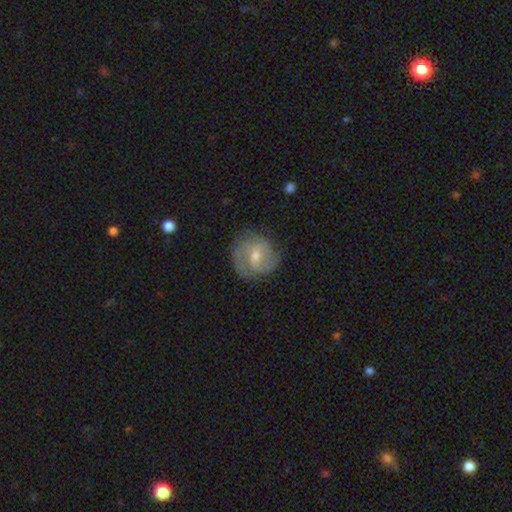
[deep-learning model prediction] smooth_or_featured: featured or disk (p=0.68) [alt: smooth p=0.25]
disk_edge_on: no (p=0.97) [alt: yes p=0.03]
bar: weak (p=0.48) [alt: no p=0.40]
has_spiral_arms: yes (p=0.87) [alt: no p=0.13]
spiral_winding: medium (p=0.42) [tied with: tight p=0.42]
spiral_arm_count: 2 (p=0.55) [alt: can't tell p=0.21]
bulge_size: small (p=0.49) [alt: moderate p=0.47]
merging: none (p=0.71) [alt: minor disturbance p=0.19]